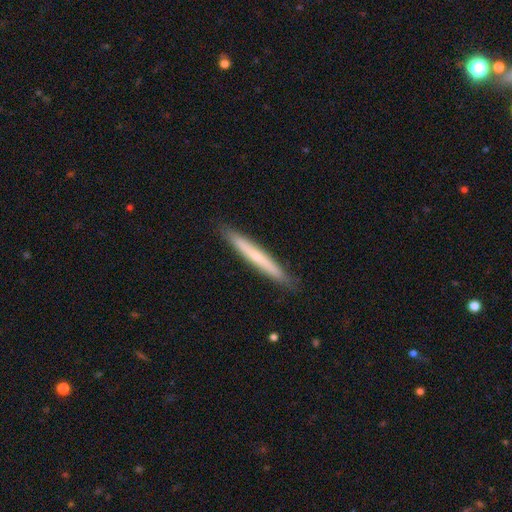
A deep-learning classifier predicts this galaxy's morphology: smooth 56%, featured or disk 39%, star or artifact 5%. Down the decision tree: how rounded — cigar-shaped (97%); merging — none (90%).